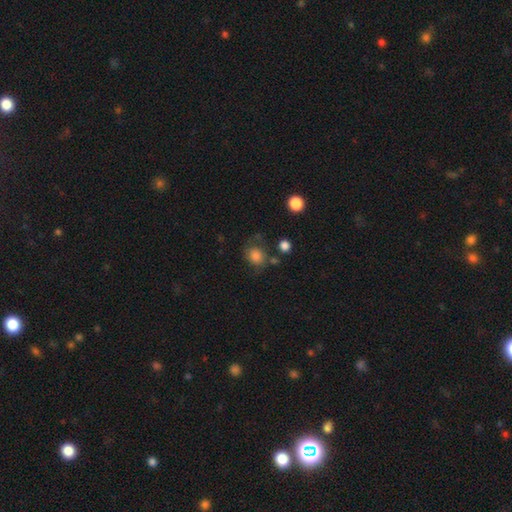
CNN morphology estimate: This is clearly a smooth galaxy (80%). How rounded: likely round (70%). Merging: likely none (62%).